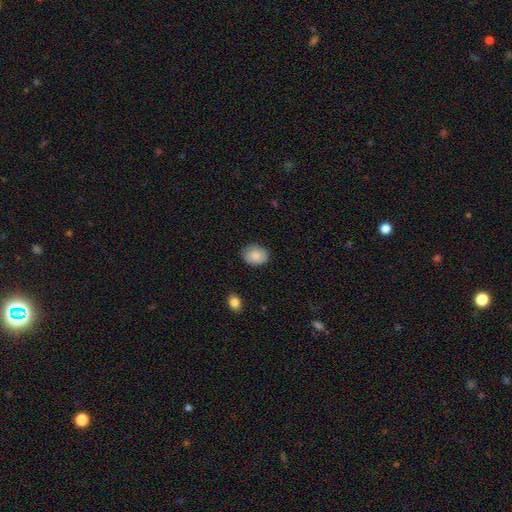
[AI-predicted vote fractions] Smooth or featured?
  - smooth: 87% *
  - star or artifact: 7%
  - featured or disk: 6%
How rounded?
  - in between: 59% *
  - round: 40%
  - cigar-shaped: 1%
Merging?
  - none: 82% *
  - minor disturbance: 14%
  - major disturbance: 3%
  - merger: 1%